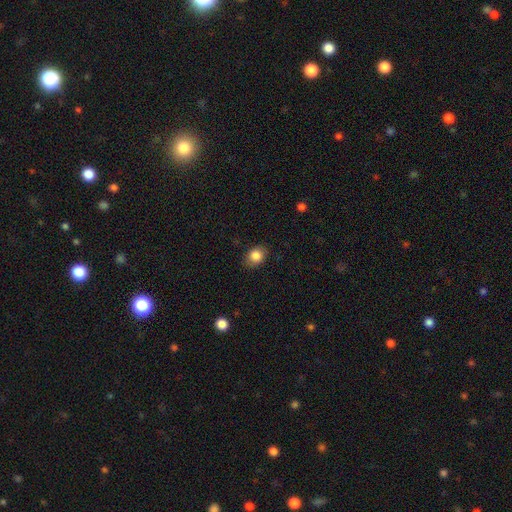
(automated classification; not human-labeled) Morphology: type=smooth (85%); roundness=in between (52%); merging=none (83%).